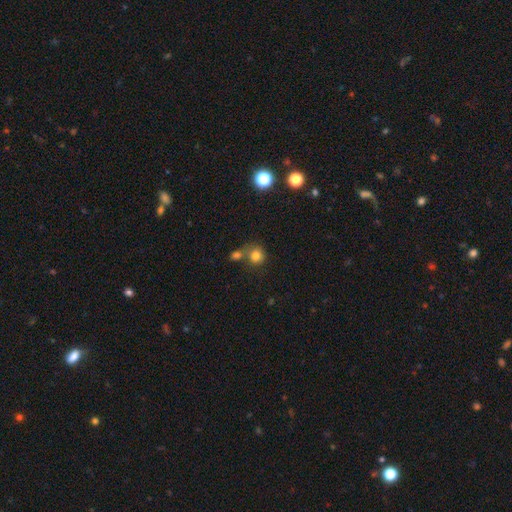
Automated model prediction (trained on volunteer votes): This is likely a smooth galaxy (79%). How rounded: clearly round (88%). Merging: possibly none (55%).